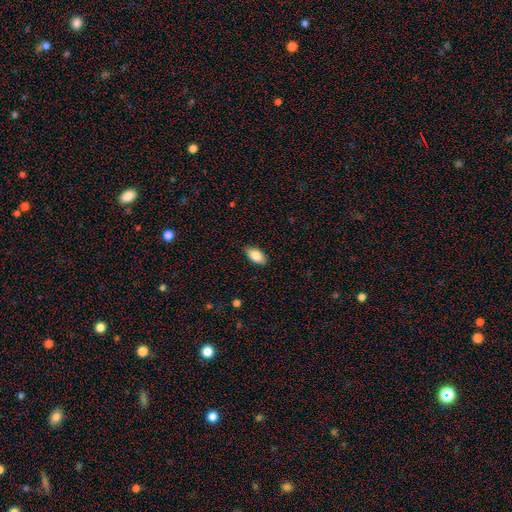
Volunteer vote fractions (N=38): Overall: smooth (84%). How rounded: in between (100%). Merging: none (94%).